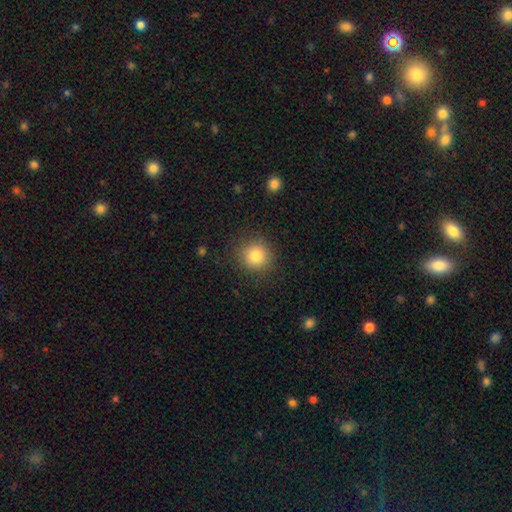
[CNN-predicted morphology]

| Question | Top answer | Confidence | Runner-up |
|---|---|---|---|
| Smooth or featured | smooth | 81% | star or artifact (11%) |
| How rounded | round | 92% | in between (7%) |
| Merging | none | 89% | minor disturbance (7%) |